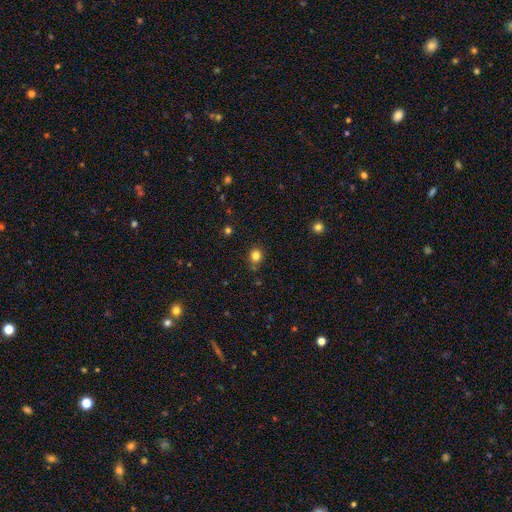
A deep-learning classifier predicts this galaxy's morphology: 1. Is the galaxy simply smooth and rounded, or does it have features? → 82% smooth, 13% star or artifact, 5% featured or disk.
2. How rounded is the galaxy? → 78% round, 21% in between, 1% cigar-shaped.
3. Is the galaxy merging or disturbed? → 82% none, 12% minor disturbance, 3% merger, 3% major disturbance.